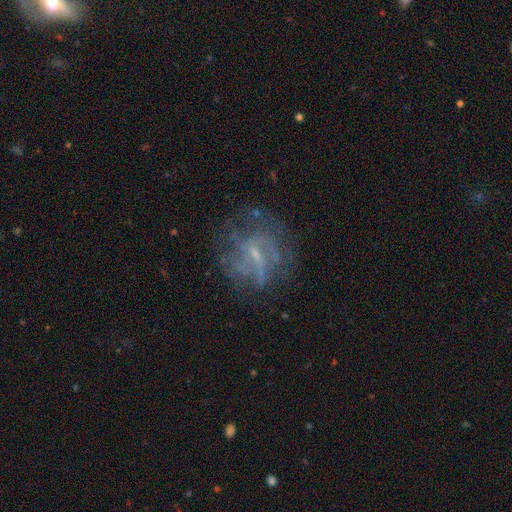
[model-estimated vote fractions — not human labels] Smooth or featured: featured or disk — 71% (smooth — 15%)
Edge-on disk: no — 97% (yes — 3%)
Bar: weak — 48% (no — 37%)
Spiral arms: yes — 64% (no — 36%)
Bulge size: small — 63% (none — 20%)
Merging: none — 60% (major disturbance — 20%)